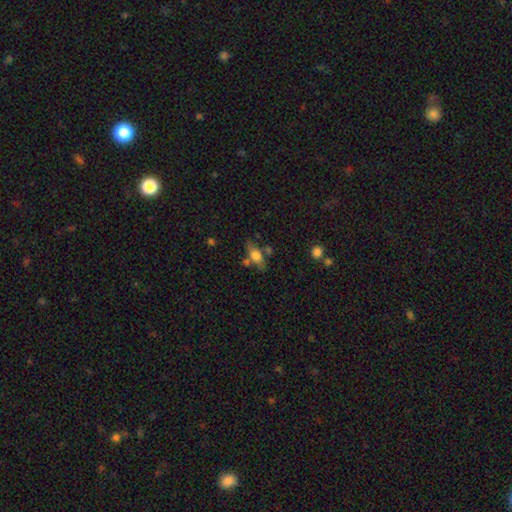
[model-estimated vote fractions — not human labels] Smooth or featured?
  - smooth: 60% *
  - featured or disk: 30%
  - star or artifact: 10%
How rounded?
  - in between: 73% *
  - cigar-shaped: 19%
  - round: 9%
Merging?
  - none: 54% *
  - minor disturbance: 20%
  - merger: 17%
  - major disturbance: 10%